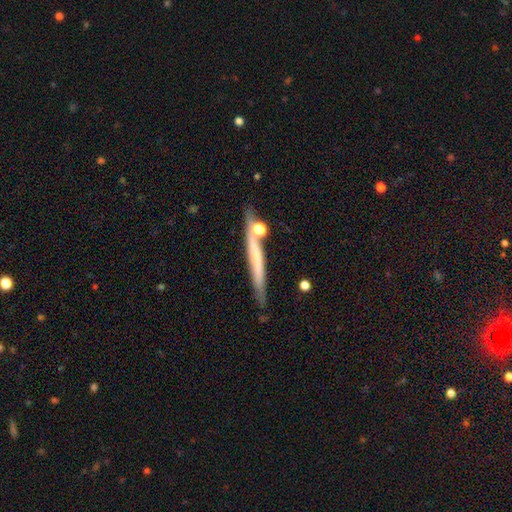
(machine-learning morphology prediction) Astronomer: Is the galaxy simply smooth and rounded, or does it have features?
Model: featured or disk — 54% (runner-up: smooth, 38%).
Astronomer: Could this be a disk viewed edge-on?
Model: yes — 91%.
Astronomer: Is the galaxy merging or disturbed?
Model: none — 71%.